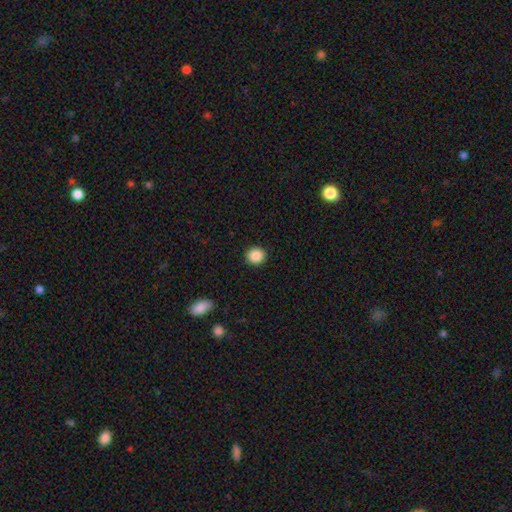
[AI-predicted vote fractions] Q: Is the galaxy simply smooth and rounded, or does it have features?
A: smooth — 88%.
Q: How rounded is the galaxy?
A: round — 89%.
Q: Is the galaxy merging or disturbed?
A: none — 92%.